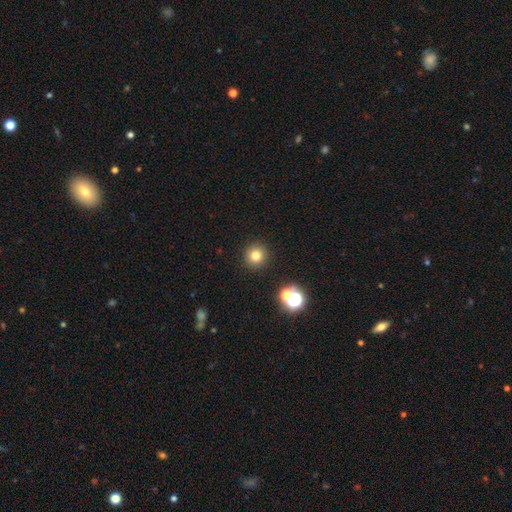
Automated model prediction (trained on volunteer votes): This appears to be a smooth galaxy with no disk features (78%) that is round (95%). Merging: none (89%).